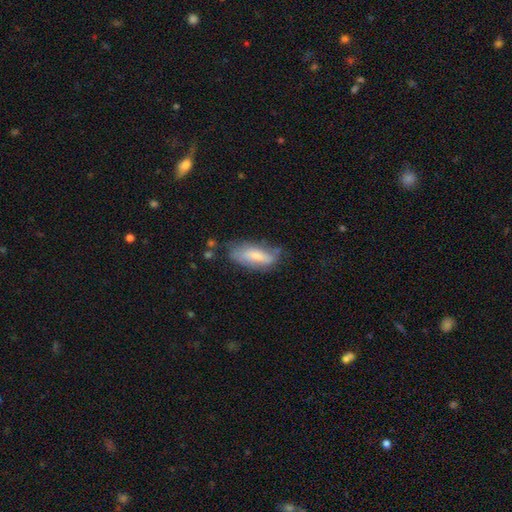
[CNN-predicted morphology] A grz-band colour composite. It shows a smooth galaxy with no disk features (61%) that is in between round and cigar-shaped (78%). Merging: none (56%).